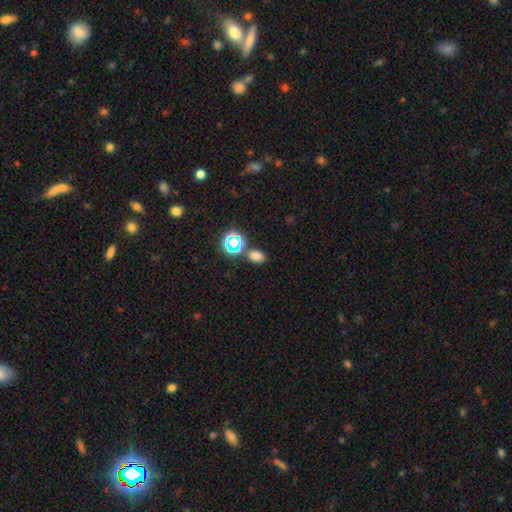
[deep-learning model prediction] This appears to be a smooth galaxy with no disk features (71%) that is in between round and cigar-shaped (81%). Merging: none (77%).